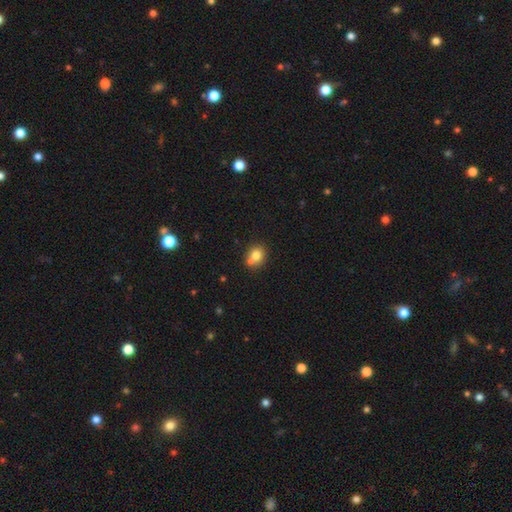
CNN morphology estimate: Overall: smooth (78%). How rounded: round (72%). Merging: none (57%; merger 27%).